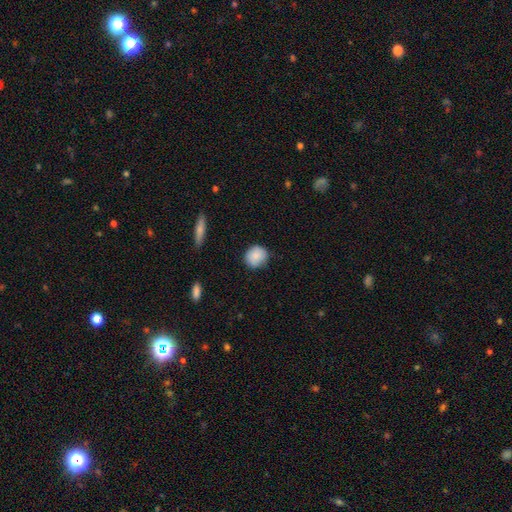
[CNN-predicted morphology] Smooth or featured: smooth — 86% (featured or disk — 7%)
How rounded: round — 83% (in between — 16%)
Merging: none — 81% (minor disturbance — 15%)